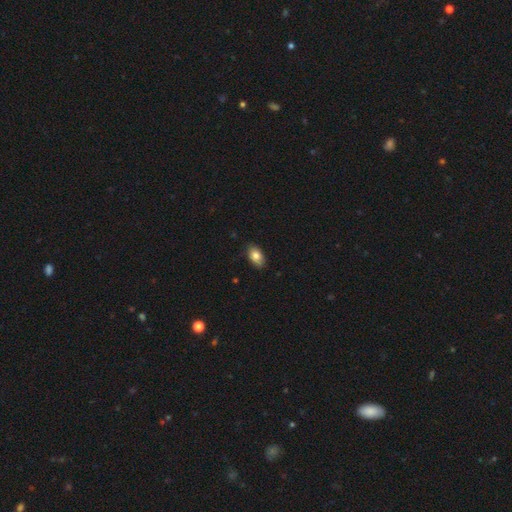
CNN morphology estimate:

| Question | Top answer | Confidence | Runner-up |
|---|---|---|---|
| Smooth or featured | smooth | 83% | featured or disk (10%) |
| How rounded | in between | 91% | round (7%) |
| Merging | none | 87% | minor disturbance (10%) |